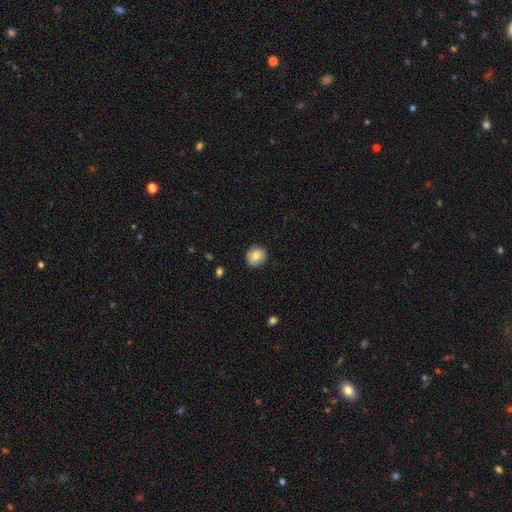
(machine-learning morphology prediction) Smooth or featured? Predicted: smooth (p=0.78). How rounded? Predicted: round (p=0.87). Merging? Predicted: none (p=0.87).